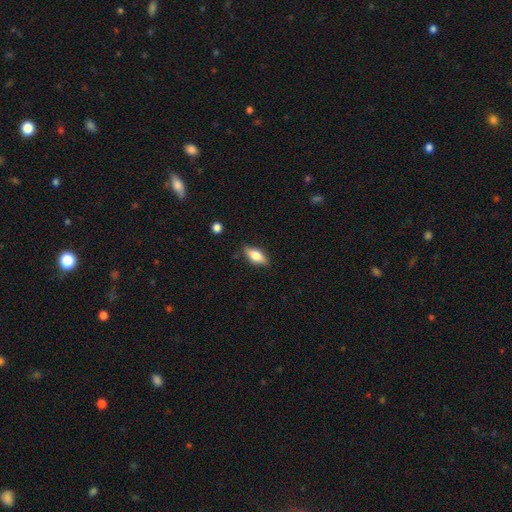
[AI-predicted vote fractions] Smooth or featured? smooth (64%)
How rounded? in between (78%)
Merging? none (83%)